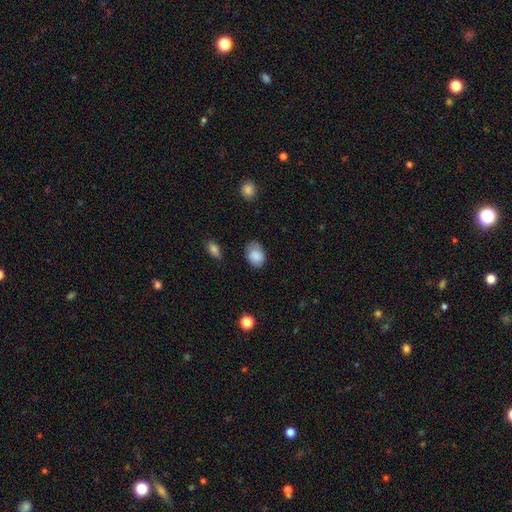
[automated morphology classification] smooth 85%, star or artifact 8%, featured or disk 8%. Down the decision tree: how rounded — in between (73%); merging — none (67%).